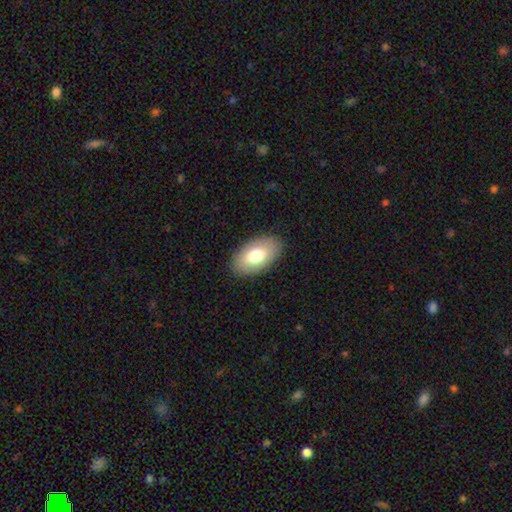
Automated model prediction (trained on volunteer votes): Smooth or featured? Predicted: smooth (p=0.75). How rounded? Predicted: in between (p=0.95). Merging? Predicted: none (p=0.88).